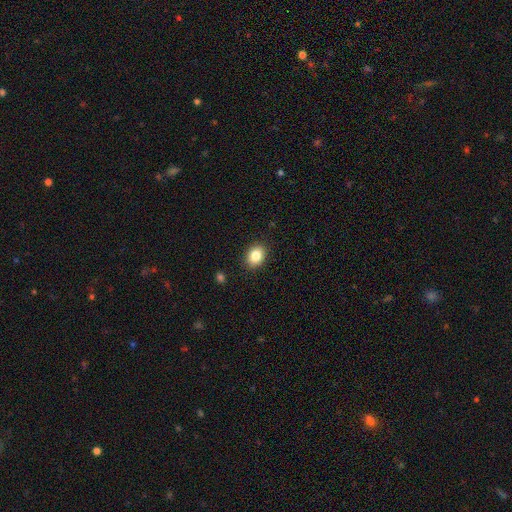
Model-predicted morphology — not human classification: A smooth galaxy with no disk features (84%) that is in between round and cigar-shaped (62%).

Vote fractions:
- Smooth or featured? smooth: 84% / star or artifact: 9% / featured or disk: 7%
- How rounded? in between: 62% / round: 37% / cigar-shaped: 1%
- Merging? none: 90% / minor disturbance: 7% / major disturbance: 2% / merger: 1%